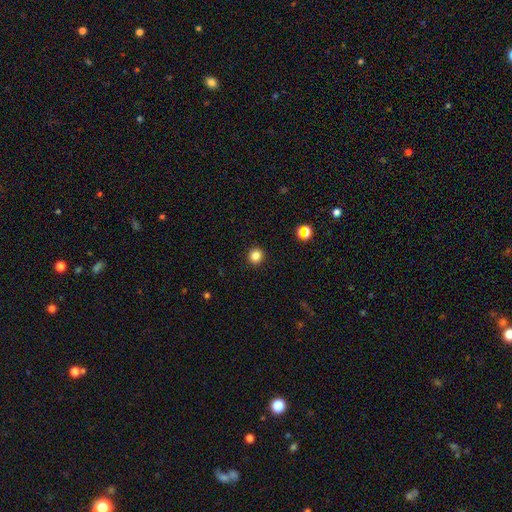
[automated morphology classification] Q: Smooth or featured?
A: smooth (83%); runner-up: star or artifact (13%)
Q: How rounded?
A: round (92%); runner-up: in between (7%)
Q: Merging?
A: none (92%); runner-up: minor disturbance (5%)